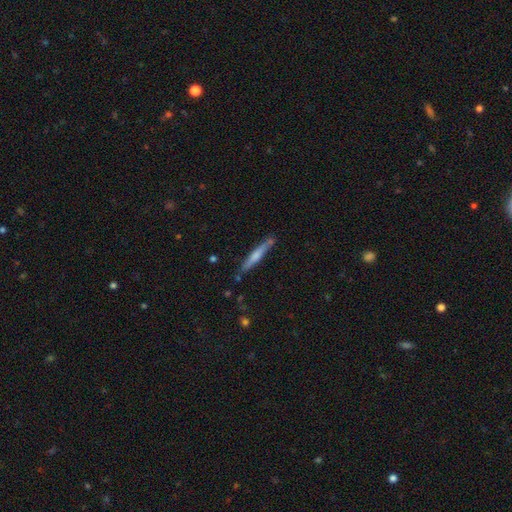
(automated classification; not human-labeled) This appears to be a smooth galaxy with no disk features (54%) that is cigar-shaped (94%). Merging: none (81%).